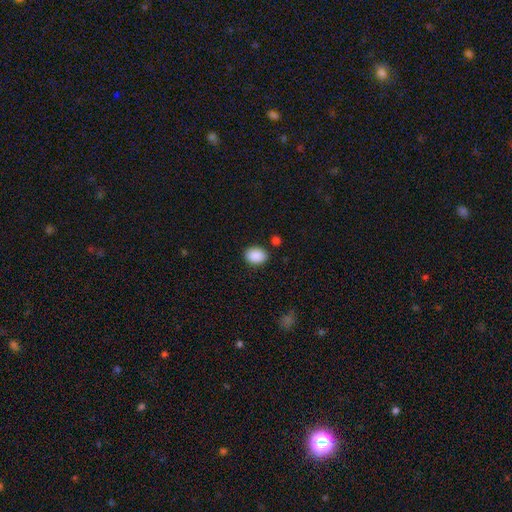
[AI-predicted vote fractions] This is clearly a smooth galaxy (90%). How rounded: likely in between (70%). Merging: clearly none (86%).